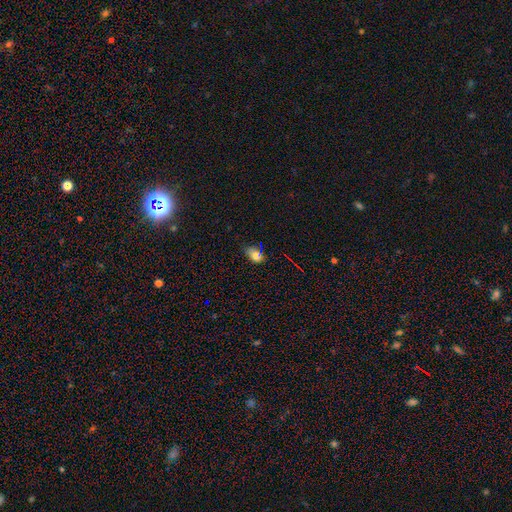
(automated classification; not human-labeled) This is likely a smooth galaxy (69%). How rounded: likely in between (80%). Merging: likely none (64%).